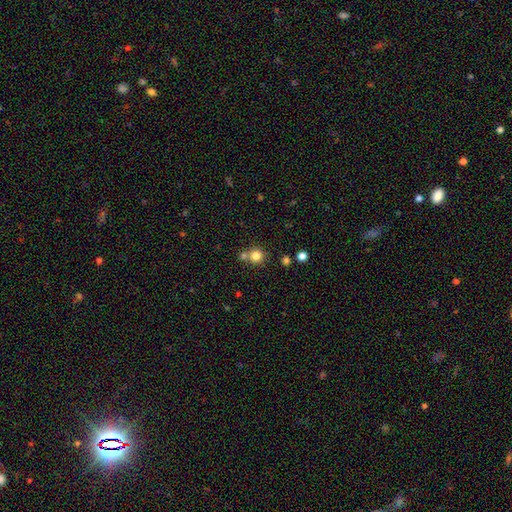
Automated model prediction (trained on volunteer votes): The model was most divided on "merging": none: 63%, merger: 27%, minor disturbance: 7%, major disturbance: 3%. More confident: how rounded — round (92%); smooth or featured — smooth (80%).